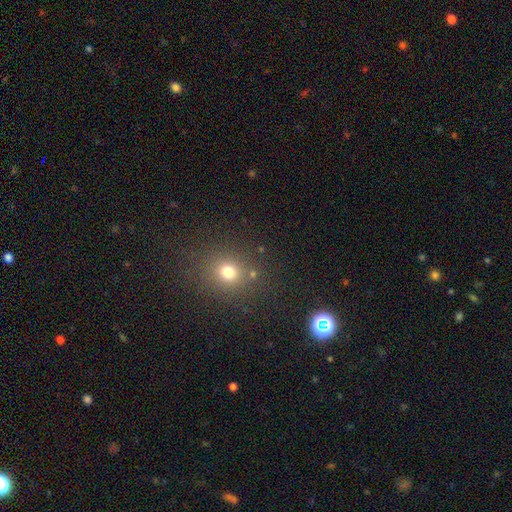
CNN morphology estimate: smooth-or-featured: smooth: 55% | star or artifact: 37% | featured or disk: 7%
  how-rounded: round: 79% | in between: 20% | cigar-shaped: 1%
  merging: none: 87% | minor disturbance: 7% | merger: 3% | major disturbance: 3%